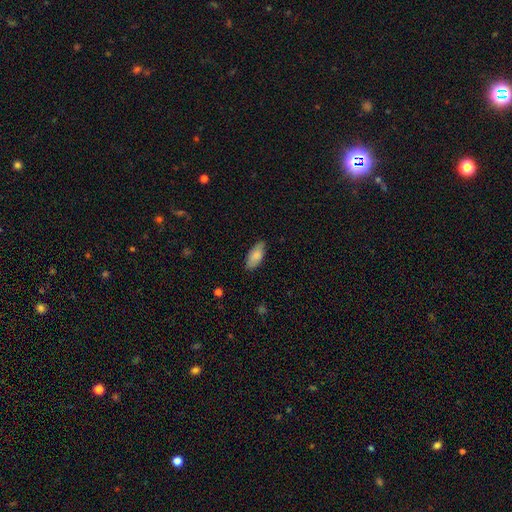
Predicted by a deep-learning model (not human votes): Smooth or featured? Predicted: smooth (p=0.84). How rounded? Predicted: in between (p=0.86). Merging? Predicted: none (p=0.83).